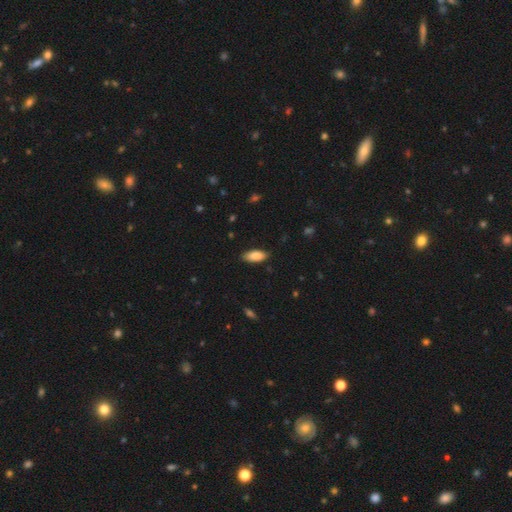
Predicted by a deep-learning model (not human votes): Morphology: type=smooth (87%); roundness=in between (86%); merging=none (85%).